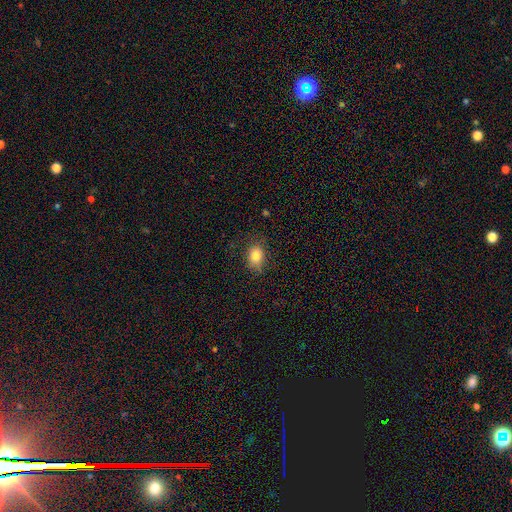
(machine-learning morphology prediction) A smooth galaxy with no disk features (81%) that is in between round and cigar-shaped (67%). Merging: none (71%).